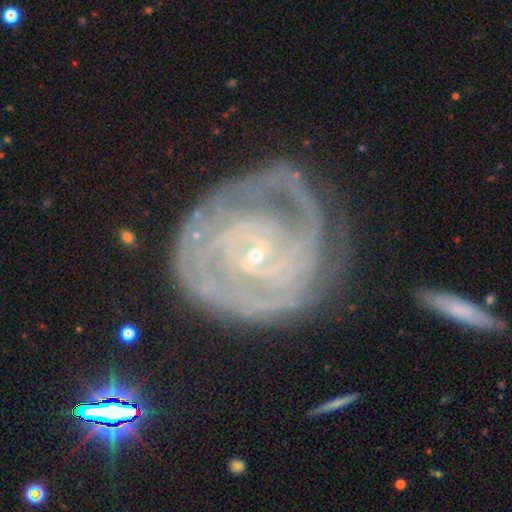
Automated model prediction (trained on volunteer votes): featured or disk 85%, smooth 9%, star or artifact 6%. Down the decision tree: edge-on disk — no (97%); bar — no (63%); spiral arms — yes (92%); spiral arm count — can't tell (37%); spiral winding — tight (76%); bulge size — small (87%); merging — none (63%).